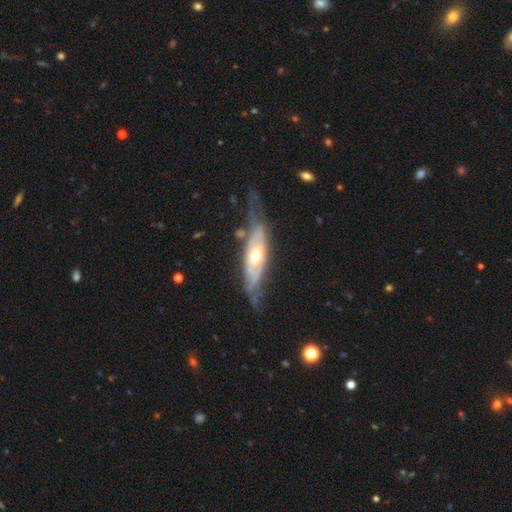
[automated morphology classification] Overall: featured or disk (76%). Edge-on disk: no (70%). Bar: no (74%). Spiral arms: yes (55%; no 45%). Bulge size: moderate (72%). Merging: none (49%; minor disturbance 27%).